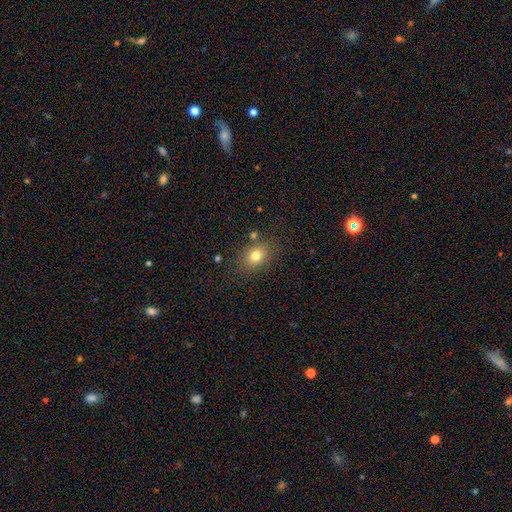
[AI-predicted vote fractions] smooth 77%, star or artifact 12%, featured or disk 11%. Down the decision tree: how rounded — in between (62%); merging — none (78%).